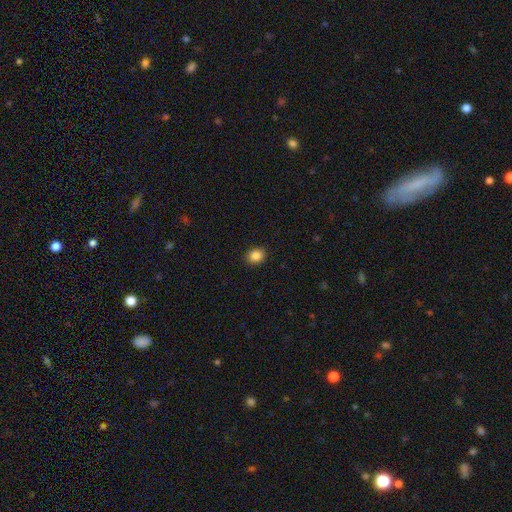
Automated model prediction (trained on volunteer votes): Overall: smooth (87%). How rounded: round (53%; in between 47%). Merging: none (91%).